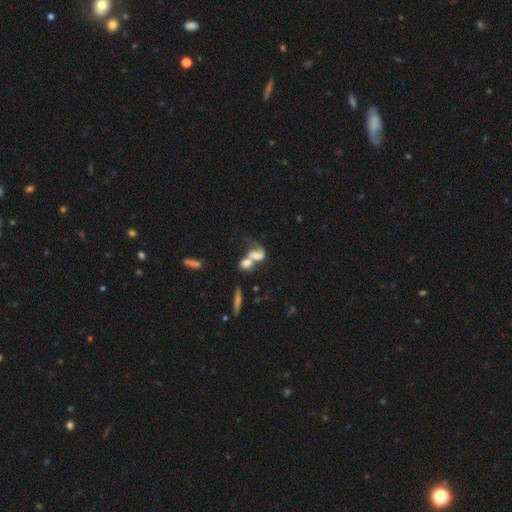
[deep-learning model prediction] A featured or disk galaxy (51%). Merging: merger (65%).